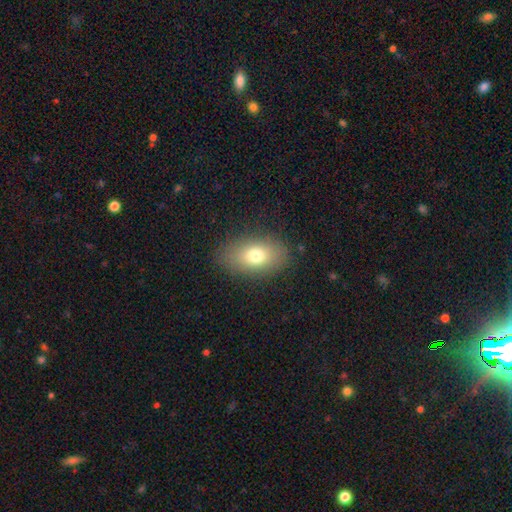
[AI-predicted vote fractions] Overall: smooth (75%). How rounded: in between (87%). Merging: none (85%).